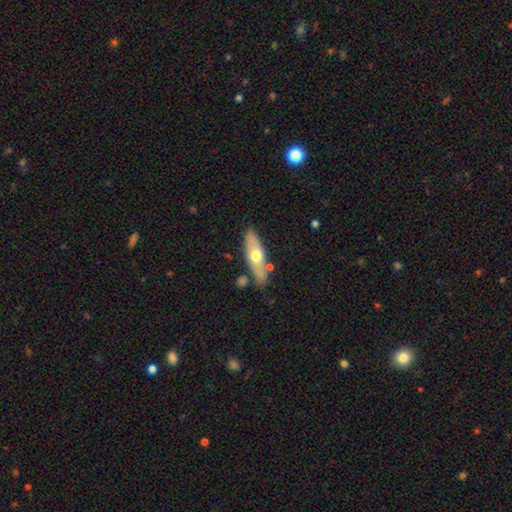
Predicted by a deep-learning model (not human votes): smooth 51%, featured or disk 43%, star or artifact 5%. Down the decision tree: how rounded — in between (52%); merging — none (80%).